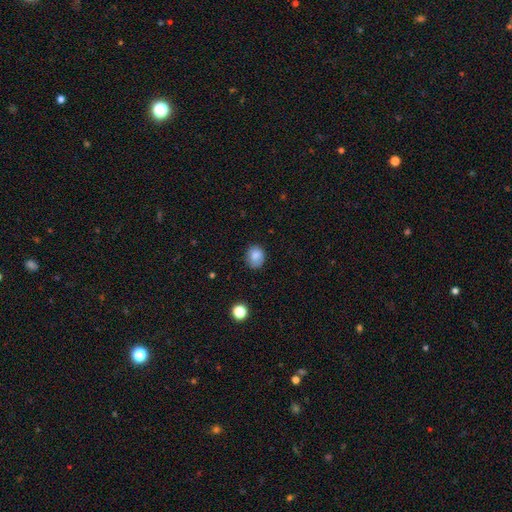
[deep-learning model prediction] This is clearly a smooth galaxy (84%). How rounded: likely round (61%). Merging: likely none (78%).